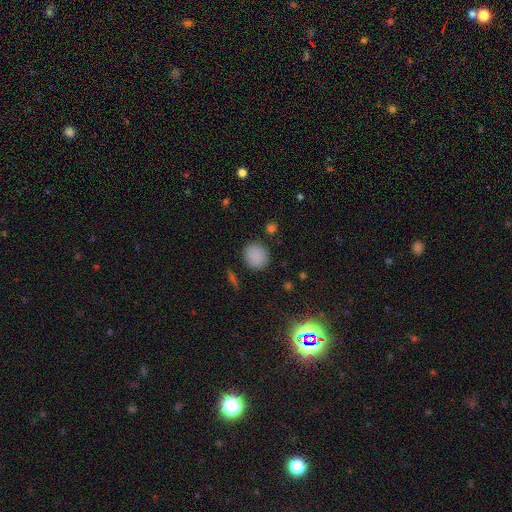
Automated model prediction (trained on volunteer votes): This appears to be a smooth galaxy with no disk features (86%) that is round (86%). Merging: none (87%).